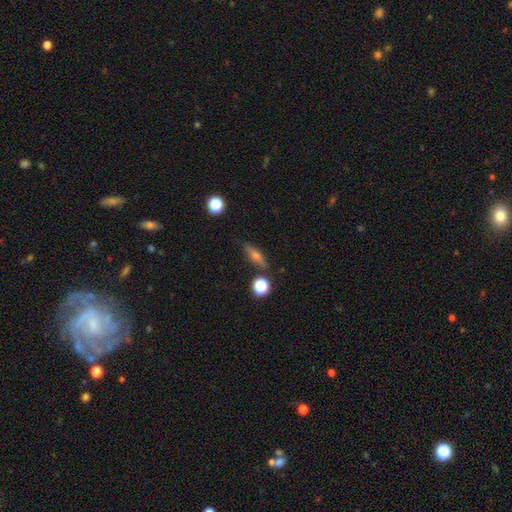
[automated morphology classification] smooth-or-featured: smooth: 47% | featured or disk: 41% | star or artifact: 12%
  merging: none: 82% | minor disturbance: 11% | merger: 4% | major disturbance: 3%